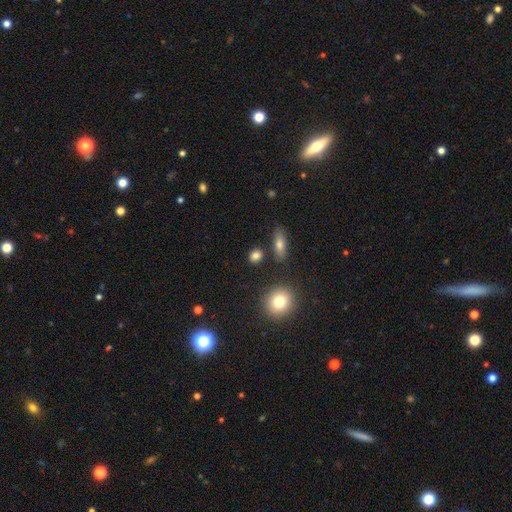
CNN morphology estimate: Smooth or featured: smooth — 83% (star or artifact — 11%)
How rounded: round — 59% (in between — 37%)
Merging: none — 83% (minor disturbance — 9%)